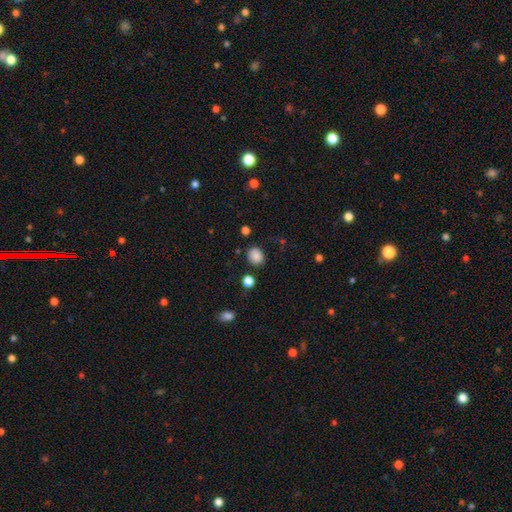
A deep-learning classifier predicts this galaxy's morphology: smooth-or-featured: smooth: 84% | star or artifact: 11% | featured or disk: 5%
  how-rounded: round: 61% | in between: 38% | cigar-shaped: 1%
  merging: none: 78% | minor disturbance: 15% | major disturbance: 4% | merger: 3%